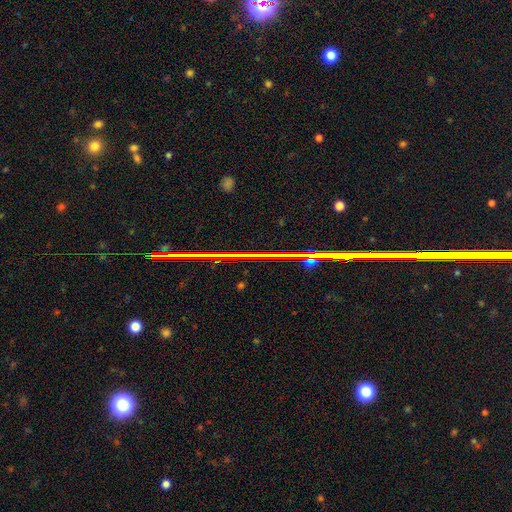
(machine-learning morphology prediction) This is likely a star or artifact rather than a galaxy (77%).